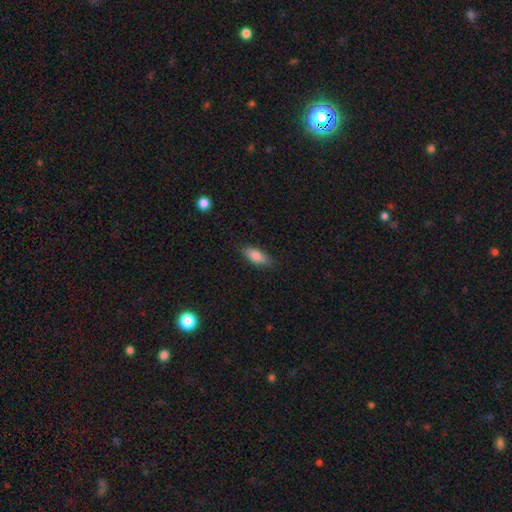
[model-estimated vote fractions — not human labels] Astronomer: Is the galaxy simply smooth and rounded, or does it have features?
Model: smooth — 82%.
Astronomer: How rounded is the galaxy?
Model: in between — 77%.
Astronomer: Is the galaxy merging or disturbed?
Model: none — 83%.